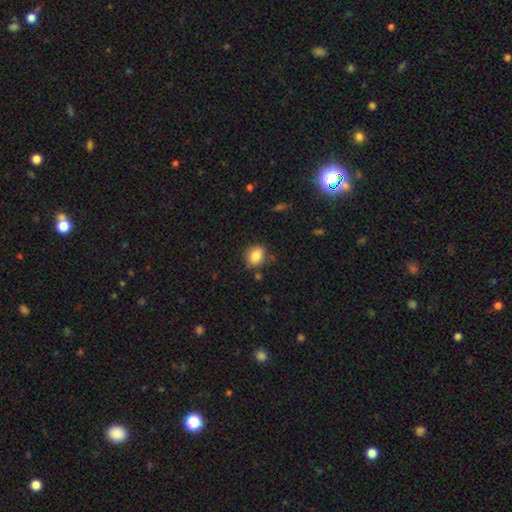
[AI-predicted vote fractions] Q: Smooth or featured?
A: smooth (86%); runner-up: star or artifact (9%)
Q: How rounded?
A: in between (61%); runner-up: round (37%)
Q: Merging?
A: none (81%); runner-up: minor disturbance (13%)